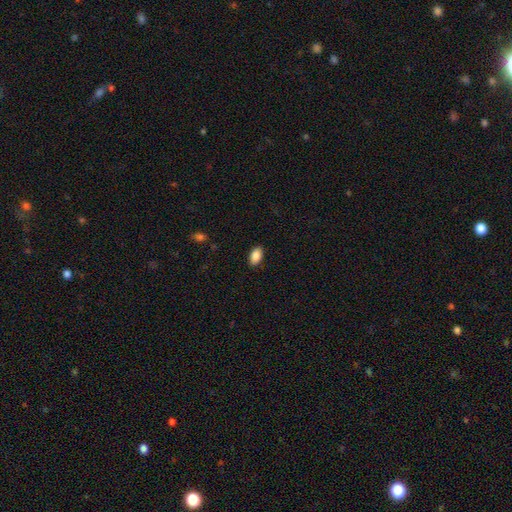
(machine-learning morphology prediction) Smooth or featured? Predicted: smooth (p=0.89). How rounded? Predicted: in between (p=0.93). Merging? Predicted: none (p=0.88).